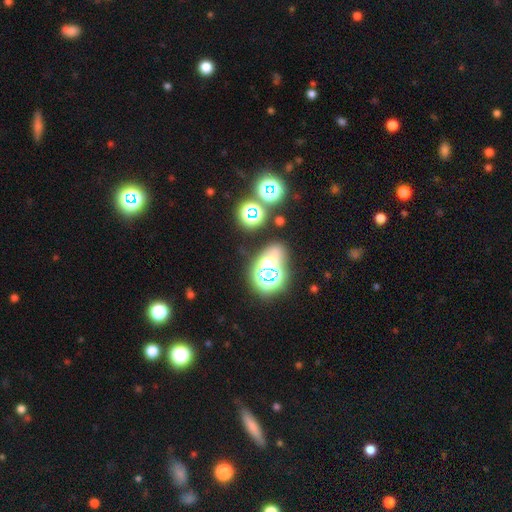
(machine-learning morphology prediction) This appears to be a star or artifact, not a galaxy (53%).